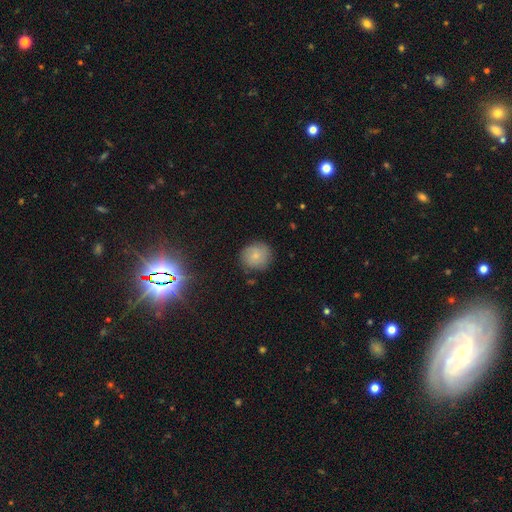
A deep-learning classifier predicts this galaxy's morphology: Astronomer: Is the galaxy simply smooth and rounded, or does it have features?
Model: smooth — 74%.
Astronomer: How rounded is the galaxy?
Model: round — 87%.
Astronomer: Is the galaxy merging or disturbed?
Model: none — 81%.